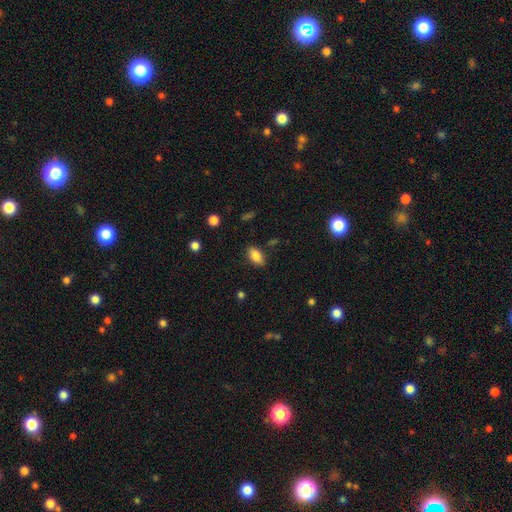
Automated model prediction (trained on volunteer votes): The model was most divided on "merging": none: 85%, minor disturbance: 11%, major disturbance: 3%, merger: 2%. More confident: how rounded — in between (91%); smooth or featured — smooth (84%).